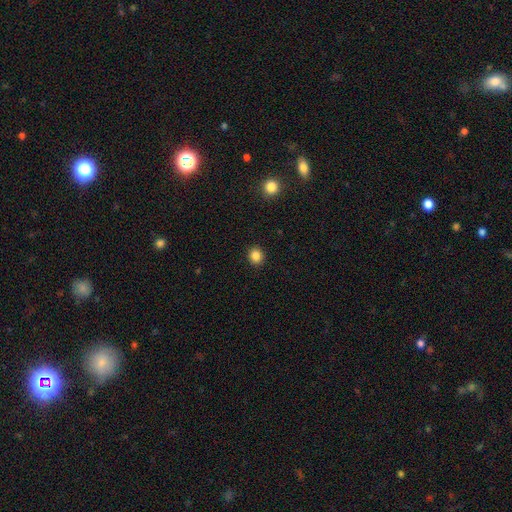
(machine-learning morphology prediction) smooth-or-featured: smooth: 85% | star or artifact: 11% | featured or disk: 4%
  how-rounded: round: 79% | in between: 20% | cigar-shaped: 1%
  merging: none: 91% | minor disturbance: 6% | major disturbance: 2% | merger: 1%